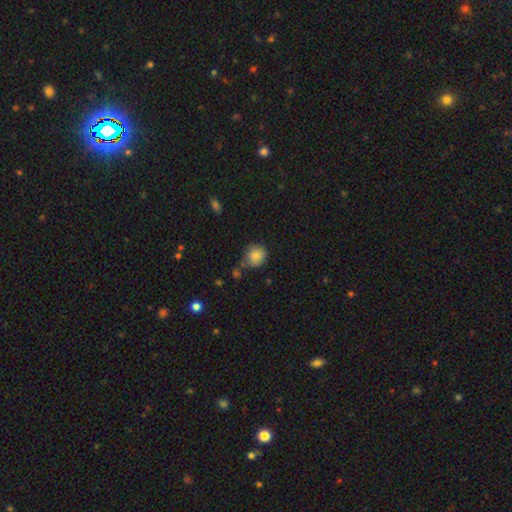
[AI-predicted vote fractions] Overall: smooth (84%). How rounded: round (83%). Merging: none (64%).